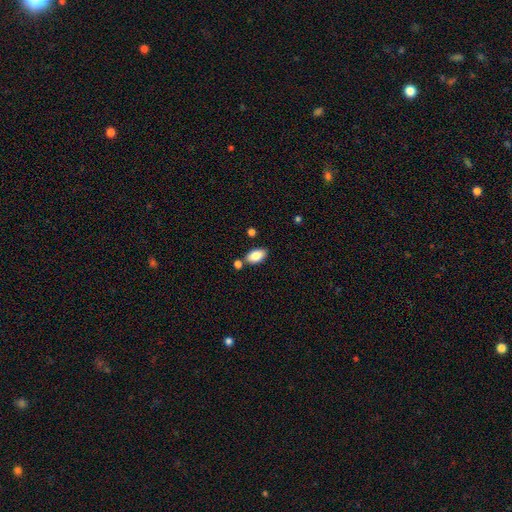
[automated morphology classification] A smooth galaxy with no disk features (85%) that is in between round and cigar-shaped (94%).

Vote fractions:
- Smooth or featured? smooth: 85% / featured or disk: 8% / star or artifact: 7%
- How rounded? in between: 94% / round: 3% / cigar-shaped: 3%
- Merging? none: 75% / minor disturbance: 11% / merger: 10% / major disturbance: 3%